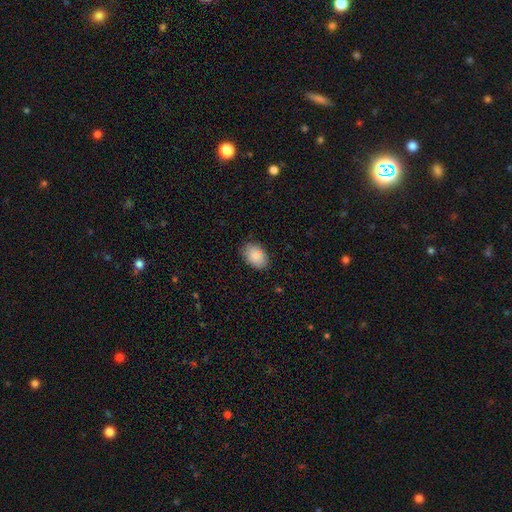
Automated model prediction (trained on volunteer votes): A smooth galaxy with no disk features (87%) that is in between round and cigar-shaped (88%).

Vote fractions:
- Smooth or featured? smooth: 87% / star or artifact: 7% / featured or disk: 6%
- How rounded? in between: 88% / round: 11% / cigar-shaped: 1%
- Merging? none: 85% / minor disturbance: 12% / major disturbance: 3% / merger: 1%